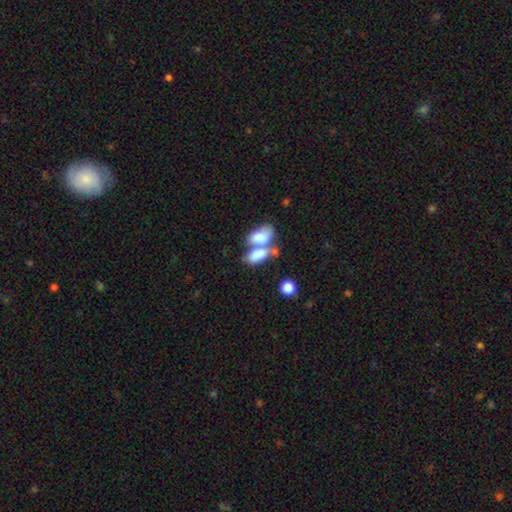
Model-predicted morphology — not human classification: smooth 77%, featured or disk 15%, star or artifact 7%. Down the decision tree: how rounded — in between (91%); merging — merger (69%).